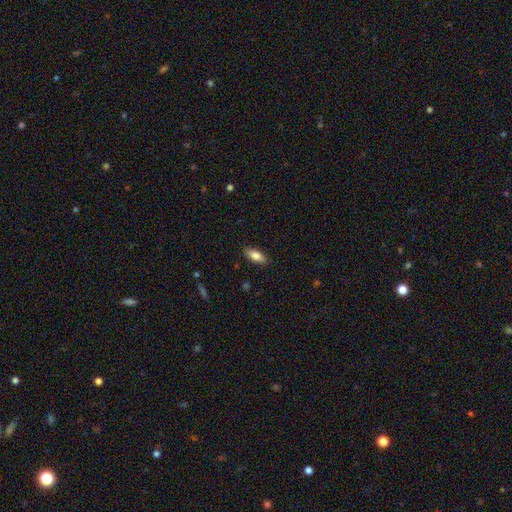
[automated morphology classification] The model was most divided on "how rounded": in between: 80%, cigar-shaped: 18%, round: 2%. More confident: merging — none (88%); smooth or featured — smooth (83%).